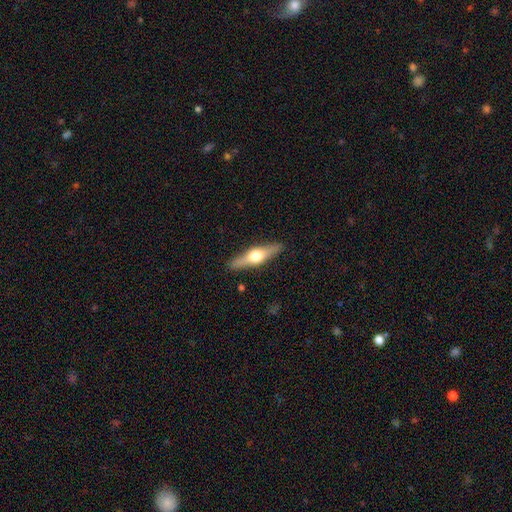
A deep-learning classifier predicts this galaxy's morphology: A featured or disk galaxy (67%) viewed edge-on (96%) with a rounded central bulge (96%). Merging: none (90%).